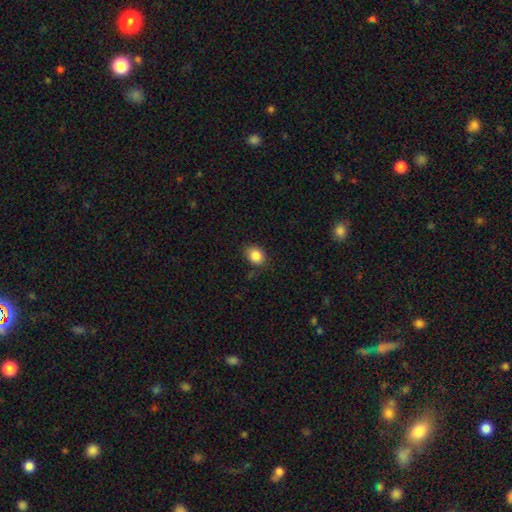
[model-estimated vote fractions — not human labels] Smooth or featured?
  - smooth: 86% *
  - star or artifact: 9%
  - featured or disk: 5%
How rounded?
  - in between: 55% *
  - round: 44%
  - cigar-shaped: 1%
Merging?
  - none: 78% *
  - minor disturbance: 17%
  - major disturbance: 3%
  - merger: 2%